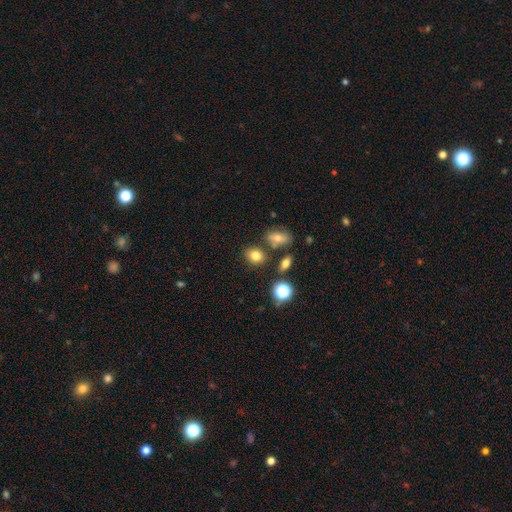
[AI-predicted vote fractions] Smooth or featured? Predicted: smooth (p=0.78). How rounded? Predicted: round (p=0.49, tied with in between). Merging? Predicted: none (p=0.75).